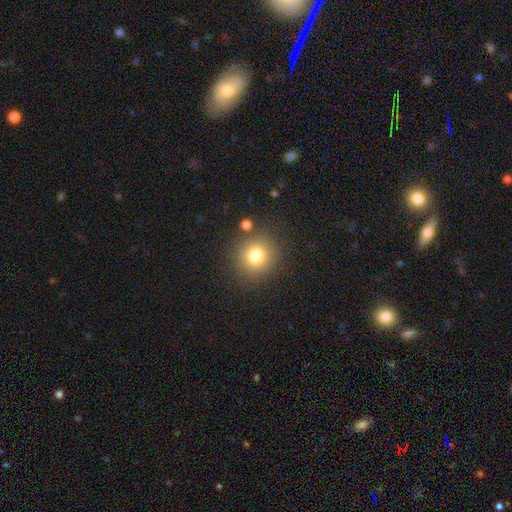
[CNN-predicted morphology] Smooth or featured? Predicted: smooth (p=0.77). How rounded? Predicted: round (p=0.91). Merging? Predicted: none (p=0.85).